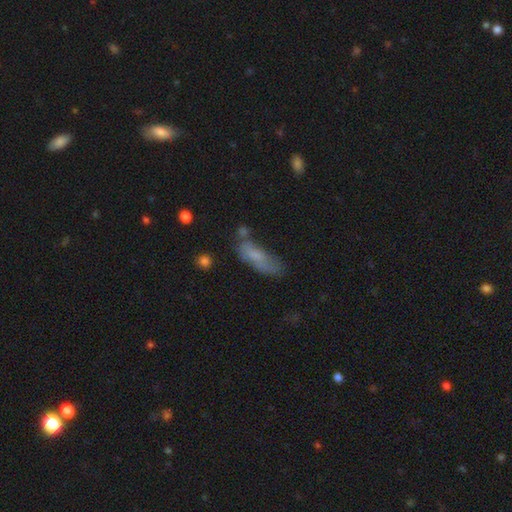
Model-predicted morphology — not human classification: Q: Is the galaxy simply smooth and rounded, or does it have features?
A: smooth — 63%.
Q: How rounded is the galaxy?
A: in between — 57%.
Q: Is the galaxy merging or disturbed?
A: none — 37%.